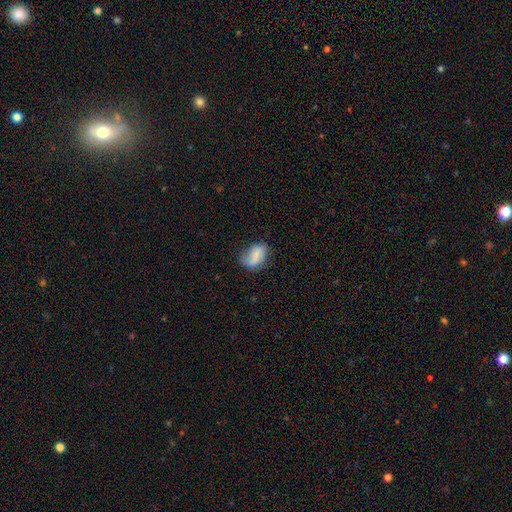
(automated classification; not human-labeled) Q: Smooth or featured?
A: smooth (65%); runner-up: featured or disk (27%)
Q: How rounded?
A: in between (83%); runner-up: round (15%)
Q: Merging?
A: none (51%); runner-up: minor disturbance (33%)